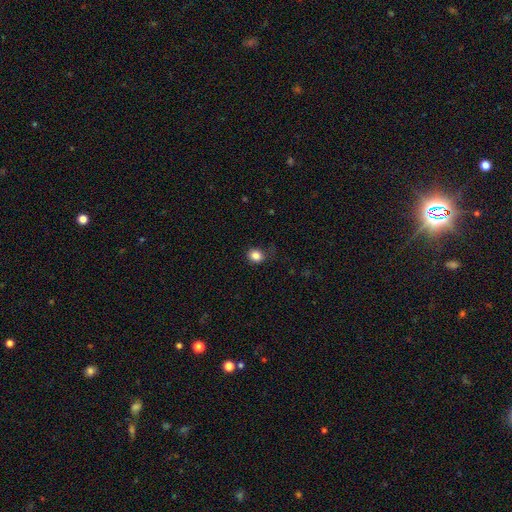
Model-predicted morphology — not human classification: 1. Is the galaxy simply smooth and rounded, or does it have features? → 84% smooth, 11% star or artifact, 5% featured or disk.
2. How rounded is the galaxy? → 67% round, 32% in between, 1% cigar-shaped.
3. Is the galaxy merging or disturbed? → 74% none, 19% minor disturbance, 6% major disturbance, 1% merger.